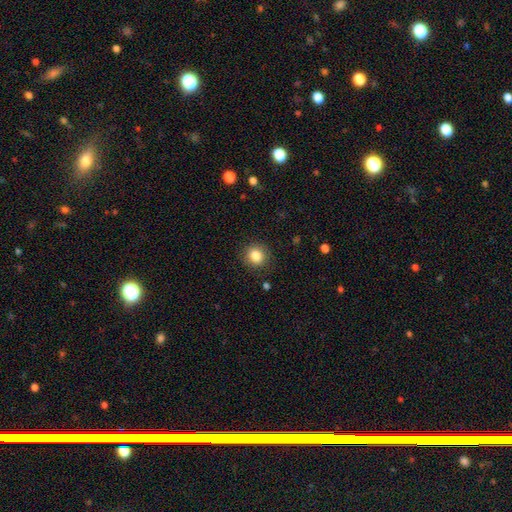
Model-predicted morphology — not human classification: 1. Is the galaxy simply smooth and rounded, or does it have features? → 84% smooth, 10% star or artifact, 6% featured or disk.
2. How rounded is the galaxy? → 90% round, 9% in between, 1% cigar-shaped.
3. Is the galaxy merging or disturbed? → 89% none, 8% minor disturbance, 3% major disturbance, 1% merger.